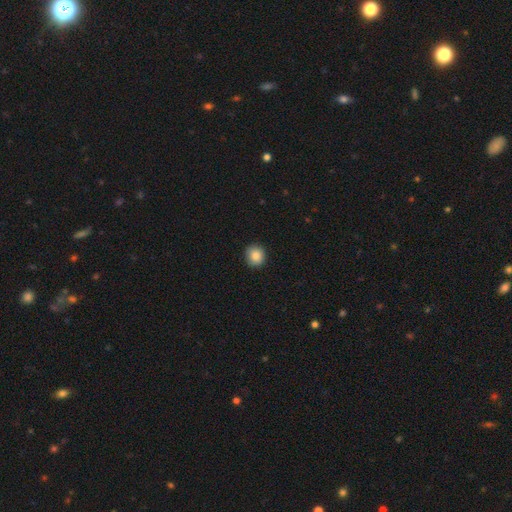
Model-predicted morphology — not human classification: Smooth or featured: smooth — 85% (star or artifact — 9%)
How rounded: round — 87% (in between — 12%)
Merging: none — 90% (minor disturbance — 8%)